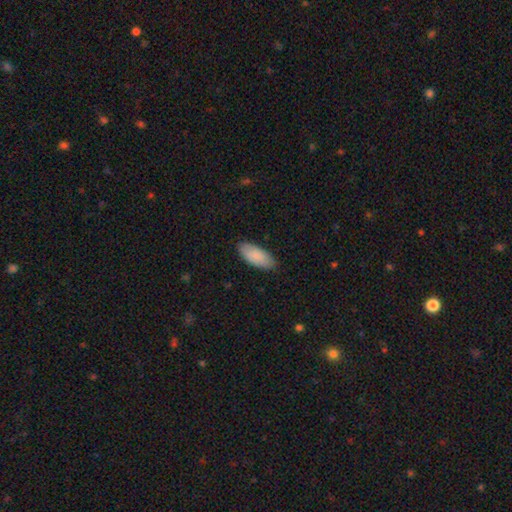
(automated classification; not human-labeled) smooth 84%, featured or disk 10%, star or artifact 6%. Down the decision tree: how rounded — in between (89%); merging — none (83%).